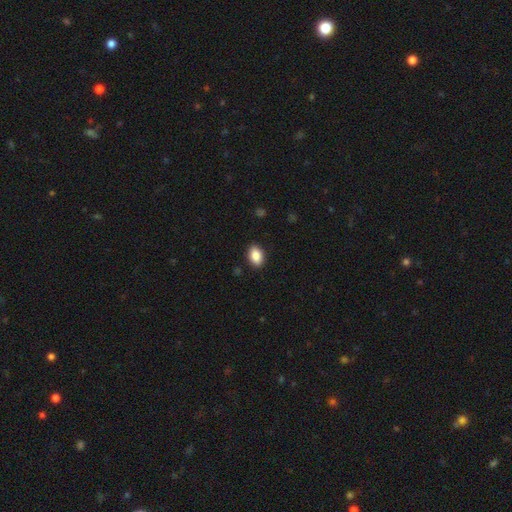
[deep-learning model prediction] Smooth or featured: smooth — 87% (star or artifact — 8%)
How rounded: in between — 86% (round — 13%)
Merging: none — 89% (minor disturbance — 8%)